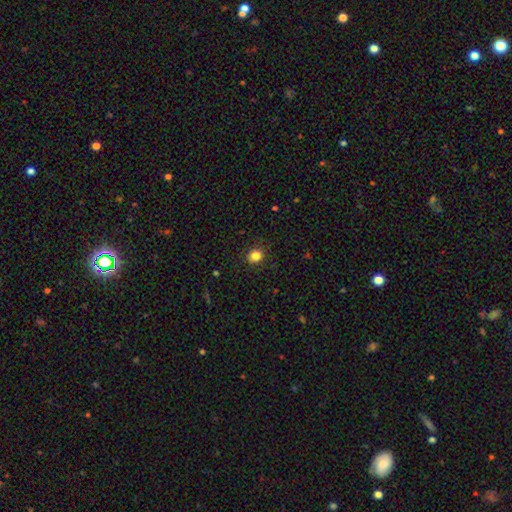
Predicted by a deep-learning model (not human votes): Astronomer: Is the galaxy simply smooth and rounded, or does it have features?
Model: smooth — 84%.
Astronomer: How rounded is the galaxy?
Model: round — 77%.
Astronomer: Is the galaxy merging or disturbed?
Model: none — 89%.